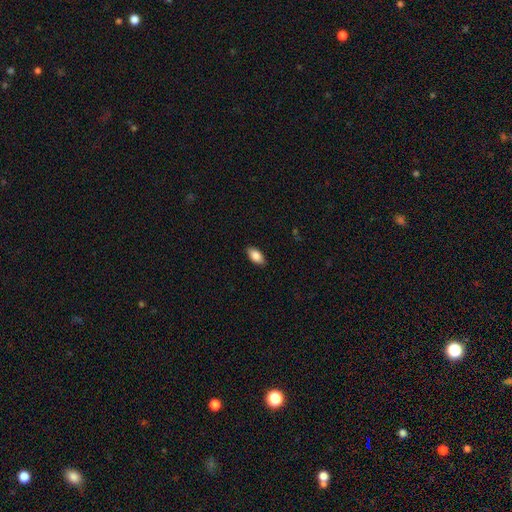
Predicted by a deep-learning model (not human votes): Smooth or featured: smooth — 86% (featured or disk — 7%)
How rounded: in between — 92% (cigar-shaped — 5%)
Merging: none — 88% (minor disturbance — 9%)